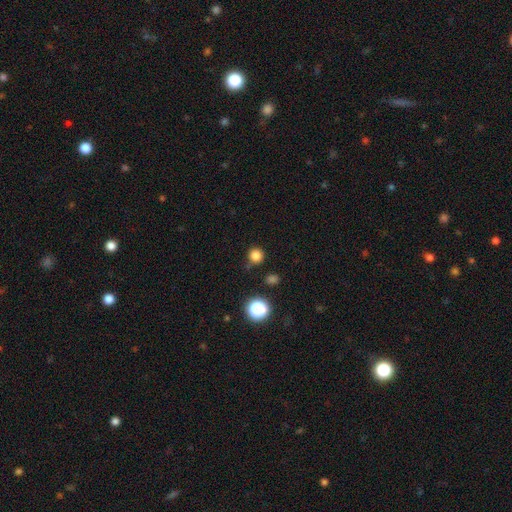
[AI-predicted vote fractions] smooth_or_featured: smooth (p=0.81) [alt: star or artifact p=0.15]
how_rounded: round (p=0.94) [alt: in between p=0.05]
merging: none (p=0.83) [alt: minor disturbance p=0.09]